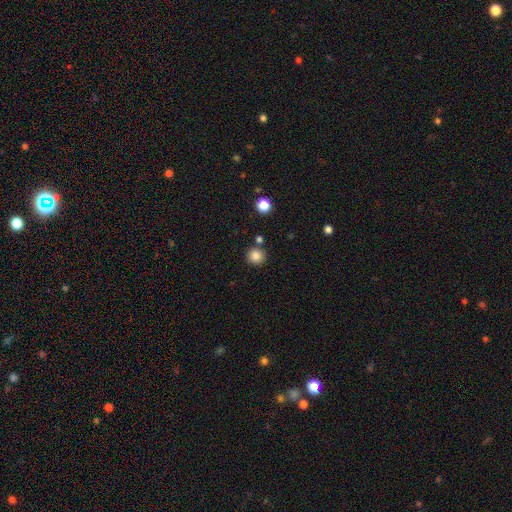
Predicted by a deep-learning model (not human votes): Smooth or featured? smooth (84%)
How rounded? round (94%)
Merging? none (85%)